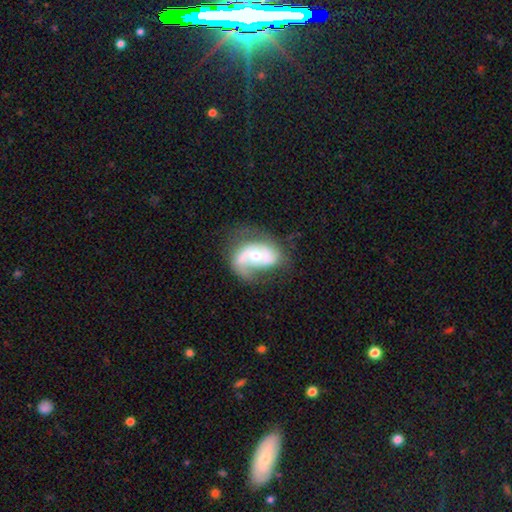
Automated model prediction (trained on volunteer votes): smooth_or_featured: featured or disk (p=0.74) [alt: smooth p=0.19]
disk_edge_on: no (p=0.97) [alt: yes p=0.03]
bar: no (p=0.62) [alt: weak p=0.28]
has_spiral_arms: yes (p=0.85) [alt: no p=0.15]
spiral_winding: medium (p=0.41) [alt: loose p=0.38]
spiral_arm_count: 2 (p=0.60) [alt: 1 p=0.23]
bulge_size: moderate (p=0.58) [alt: small p=0.36]
merging: none (p=0.45) [alt: minor disturbance p=0.26]